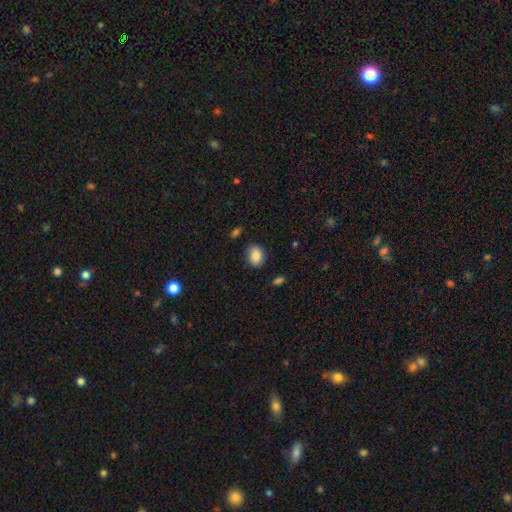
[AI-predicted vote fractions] This is clearly a smooth galaxy (87%). How rounded: likely in between (70%). Merging: clearly none (83%).